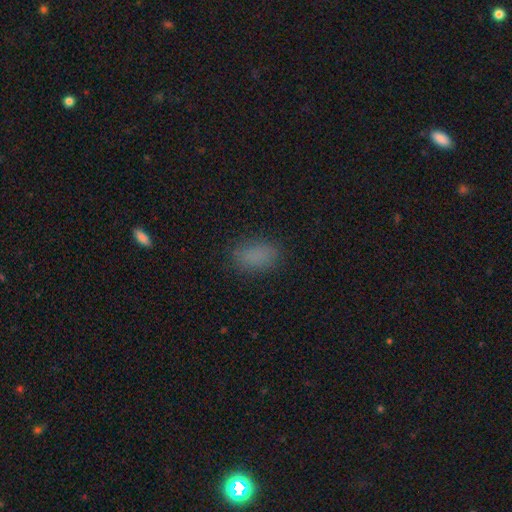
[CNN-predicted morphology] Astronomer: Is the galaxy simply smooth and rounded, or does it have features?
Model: smooth — 82%.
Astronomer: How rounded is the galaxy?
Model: in between — 88%.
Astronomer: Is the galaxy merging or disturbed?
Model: none — 81%.